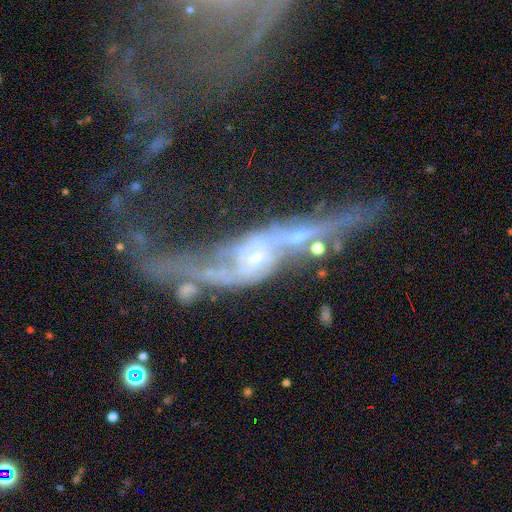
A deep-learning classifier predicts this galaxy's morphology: smooth_or_featured: featured or disk (p=0.78) [alt: star or artifact p=0.11]
disk_edge_on: no (p=0.78) [alt: yes p=0.22]
bar: no (p=0.62) [alt: weak p=0.26]
has_spiral_arms: yes (p=0.73) [alt: no p=0.27]
bulge_size: small (p=0.60) [alt: moderate p=0.21]
merging: major disturbance (p=0.36) [alt: merger p=0.35]